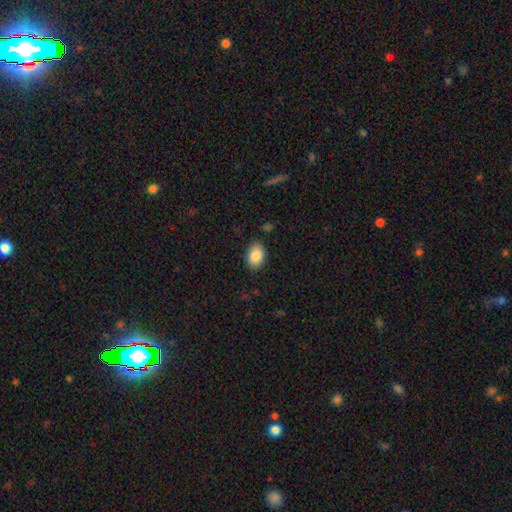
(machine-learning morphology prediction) smooth 87%, star or artifact 7%, featured or disk 5%. Down the decision tree: how rounded — in between (85%); merging — none (86%).